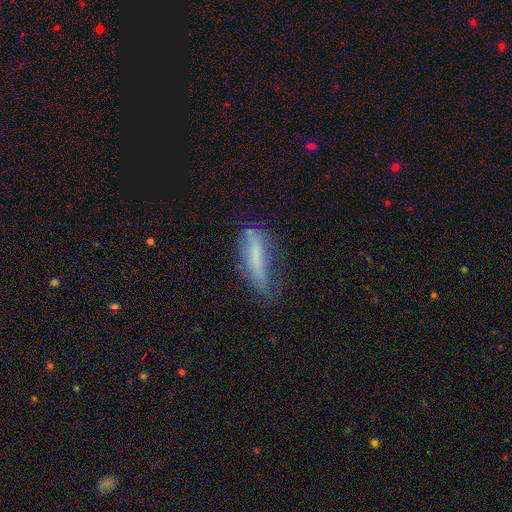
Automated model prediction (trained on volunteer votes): Smooth or featured: smooth — 61% (featured or disk — 29%)
How rounded: cigar-shaped — 66% (in between — 32%)
Merging: none — 39% (minor disturbance — 35%)